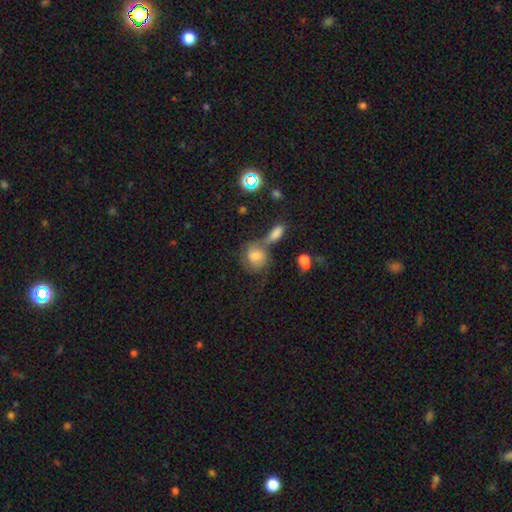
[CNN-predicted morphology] Overall: smooth (50%; featured or disk 37%). Merging: none (40%; merger 31%).